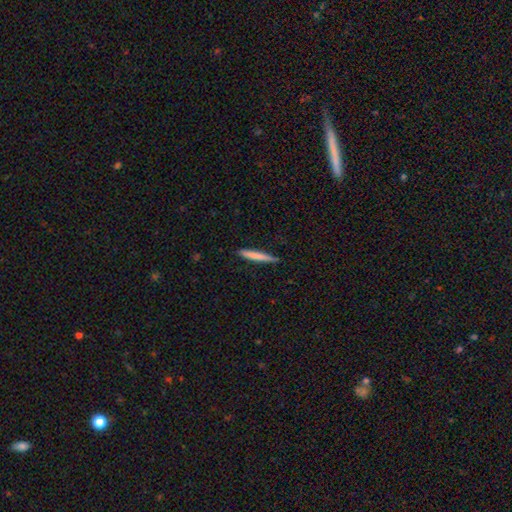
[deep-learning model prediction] smooth-or-featured: smooth: 73% | featured or disk: 22% | star or artifact: 5%
  how-rounded: cigar-shaped: 96% | in between: 3% | round: 1%
  merging: none: 87% | minor disturbance: 10% | major disturbance: 2% | merger: 1%